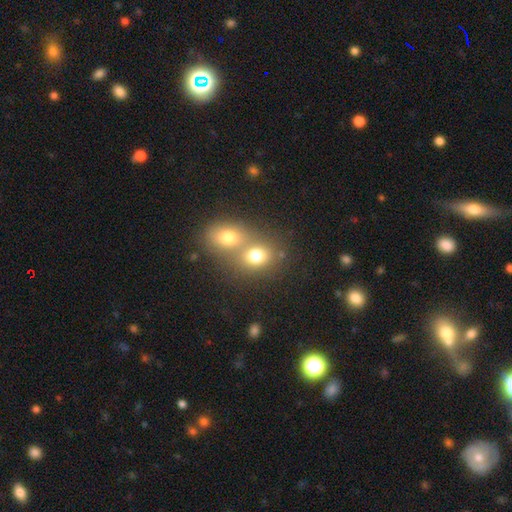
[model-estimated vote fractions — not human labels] Q: Smooth or featured?
A: smooth (74%); runner-up: star or artifact (14%)
Q: How rounded?
A: round (60%); runner-up: in between (39%)
Q: Merging?
A: merger (56%); runner-up: none (34%)